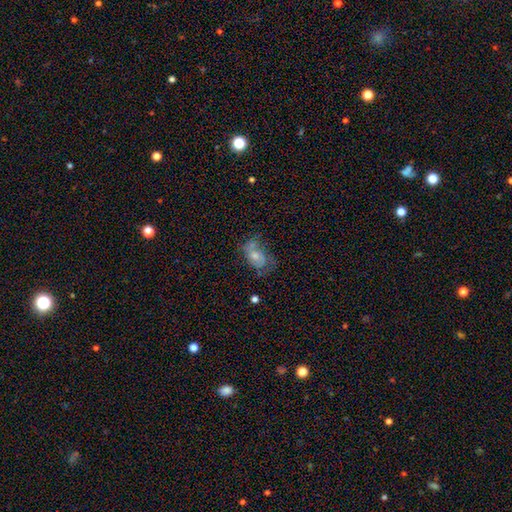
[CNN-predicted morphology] A smooth galaxy with no disk features (50%) that is in between round and cigar-shaped (83%).

Vote fractions:
- Smooth or featured? smooth: 50% / featured or disk: 39% / star or artifact: 10%
- How rounded? in between: 83% / round: 15% / cigar-shaped: 2%
- Merging? none: 39% / minor disturbance: 28% / major disturbance: 20% / merger: 13%